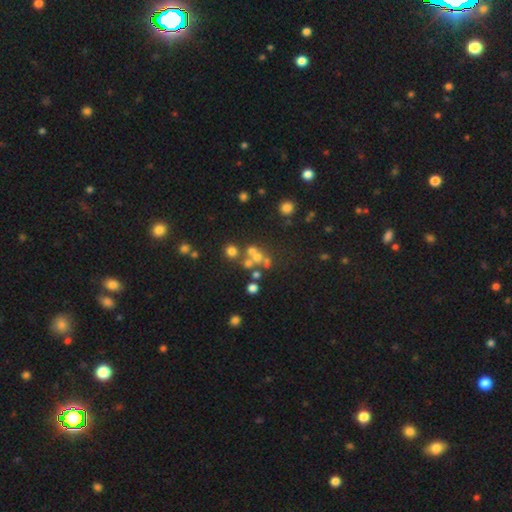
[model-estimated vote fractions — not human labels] Smooth or featured? smooth (44%)
Merging? none (44%)